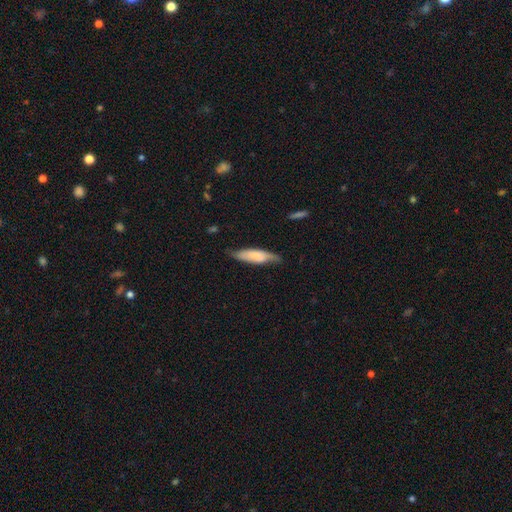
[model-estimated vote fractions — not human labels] Smooth or featured? smooth (65%)
How rounded? cigar-shaped (61%)
Merging? none (68%)